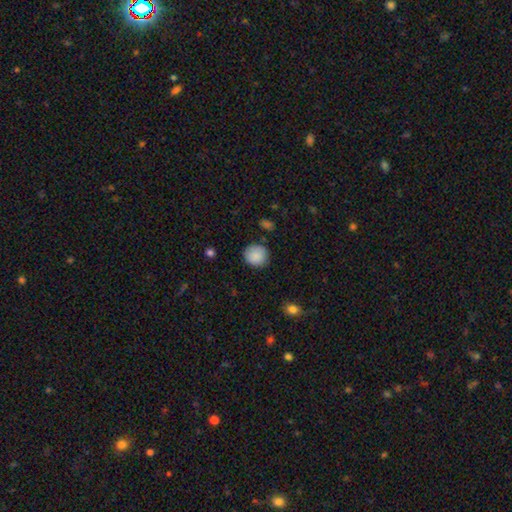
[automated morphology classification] smooth_or_featured: smooth (p=0.88) [alt: star or artifact p=0.08]
how_rounded: round (p=0.89) [alt: in between p=0.10]
merging: none (p=0.84) [alt: minor disturbance p=0.11]